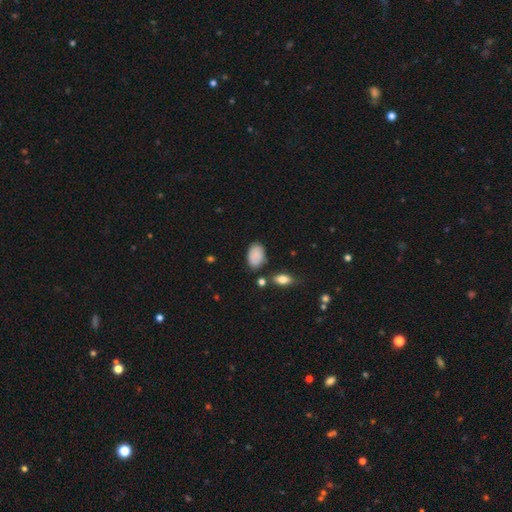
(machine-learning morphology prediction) This appears to be a smooth galaxy with no disk features (85%) that is in between round and cigar-shaped (90%). Merging: none (72%).